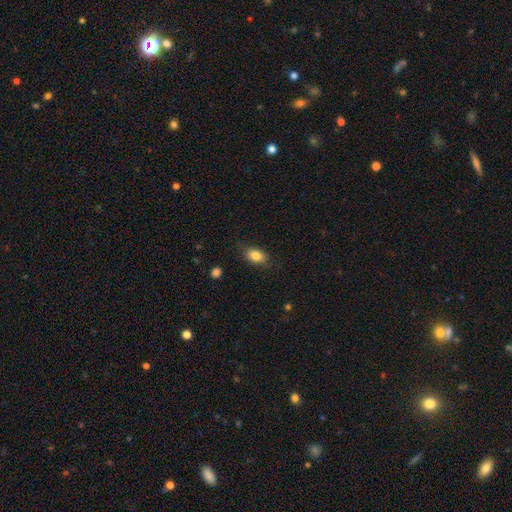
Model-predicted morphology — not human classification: smooth 84%, featured or disk 8%, star or artifact 8%. Down the decision tree: how rounded — in between (84%); merging — none (80%).